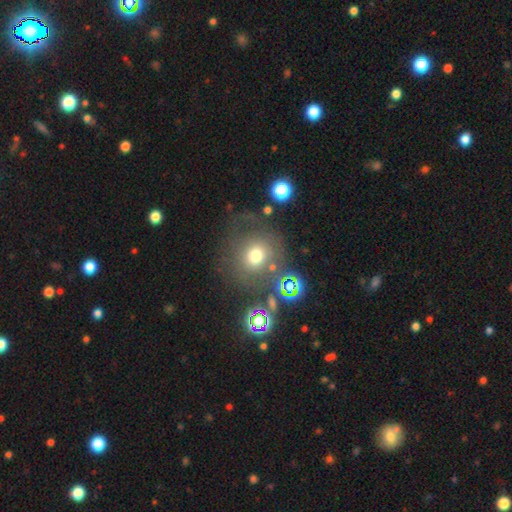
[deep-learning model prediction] A smooth galaxy with no disk features (63%) that is round (87%). Merging: none (63%).